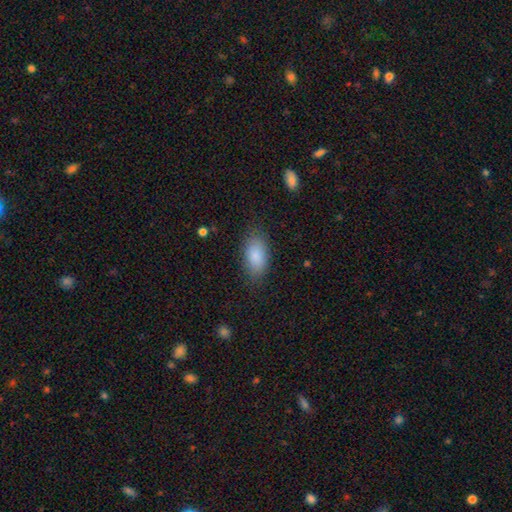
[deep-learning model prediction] Overall: smooth (86%). How rounded: in between (92%). Merging: none (82%).